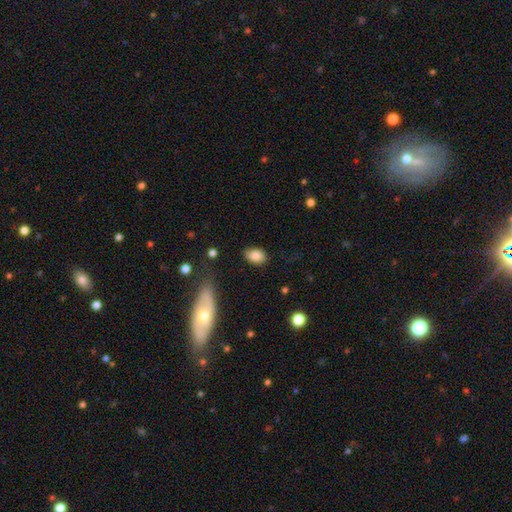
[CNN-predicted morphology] smooth_or_featured: smooth (p=0.86) [alt: star or artifact p=0.08]
how_rounded: in between (p=0.82) [alt: round p=0.16]
merging: none (p=0.79) [alt: minor disturbance p=0.16]